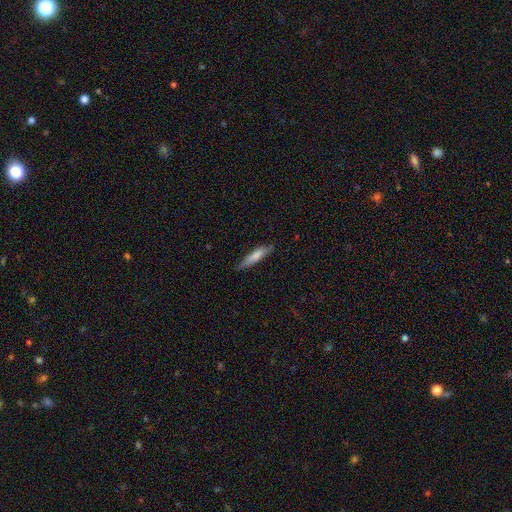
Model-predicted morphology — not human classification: Smooth or featured: smooth — 70% (featured or disk — 24%)
How rounded: cigar-shaped — 87% (in between — 12%)
Merging: none — 77% (minor disturbance — 18%)